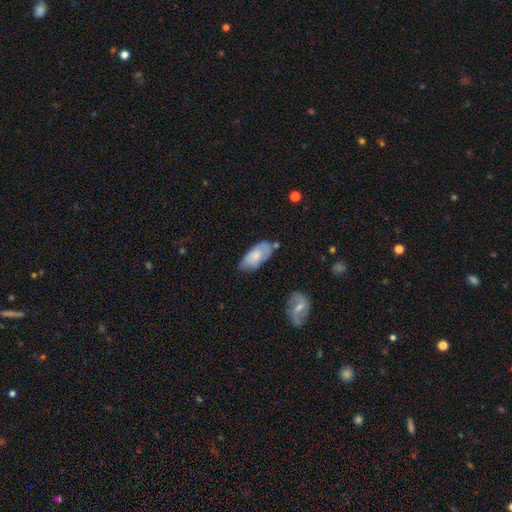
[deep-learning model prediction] Q: Smooth or featured?
A: smooth (68%); runner-up: featured or disk (26%)
Q: How rounded?
A: in between (91%); runner-up: cigar-shaped (7%)
Q: Merging?
A: none (60%); runner-up: minor disturbance (29%)